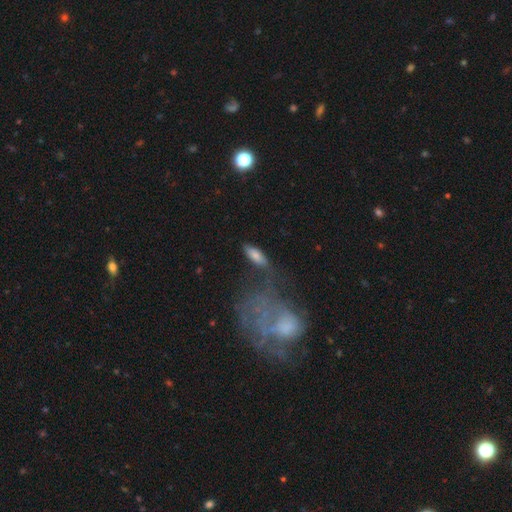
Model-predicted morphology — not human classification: Smooth or featured: smooth — 76% (featured or disk — 17%)
How rounded: in between — 65% (cigar-shaped — 32%)
Merging: none — 68% (minor disturbance — 18%)